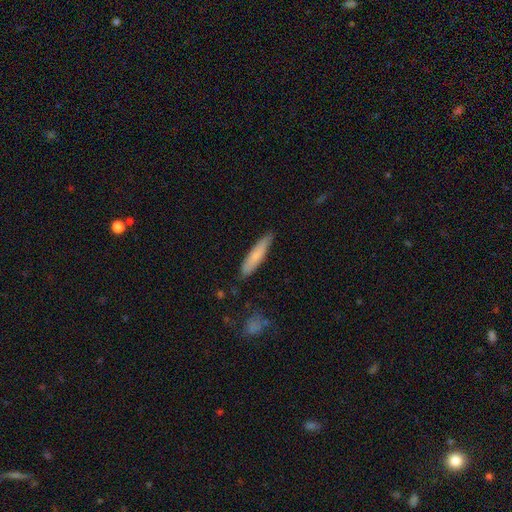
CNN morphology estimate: Smooth or featured: smooth — 76% (featured or disk — 18%)
How rounded: cigar-shaped — 86% (in between — 12%)
Merging: none — 82% (minor disturbance — 14%)